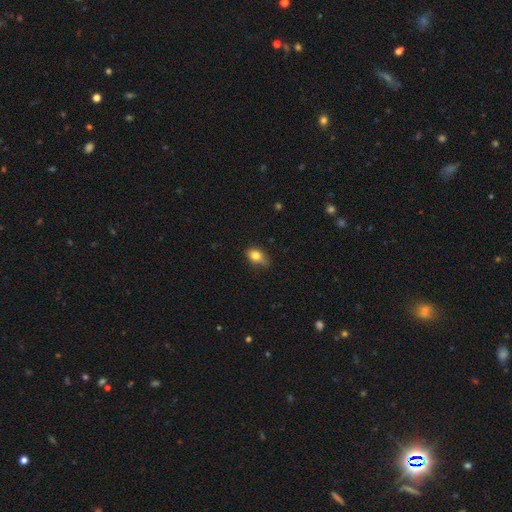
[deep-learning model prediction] smooth-or-featured: smooth: 79% | featured or disk: 12% | star or artifact: 9%
  how-rounded: in between: 77% | round: 20% | cigar-shaped: 3%
  merging: none: 62% | minor disturbance: 31% | major disturbance: 5% | merger: 2%